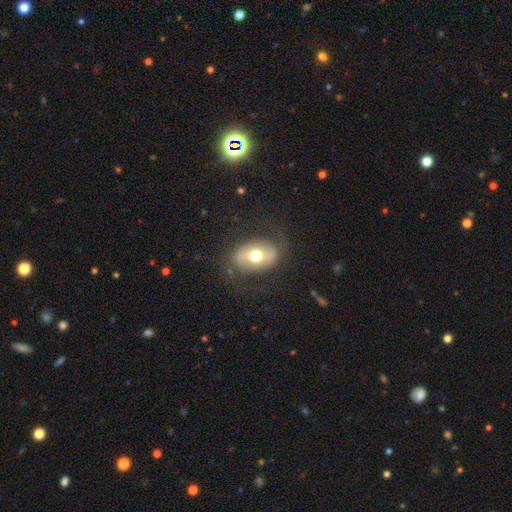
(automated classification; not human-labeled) This appears to be a smooth galaxy with no disk features (48%). Merging: none (76%).